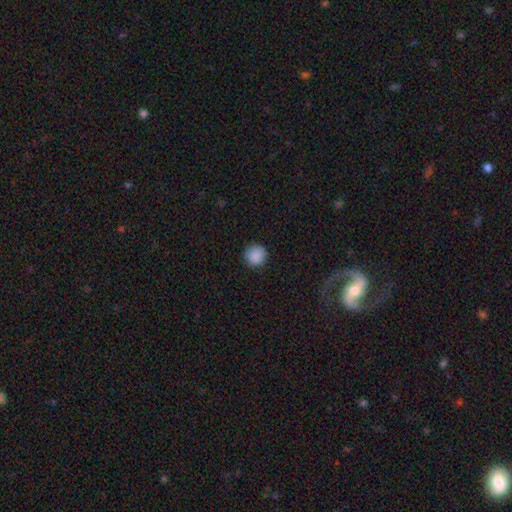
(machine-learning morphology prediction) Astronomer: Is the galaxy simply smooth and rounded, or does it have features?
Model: smooth — 89%.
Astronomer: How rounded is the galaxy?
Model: round — 93%.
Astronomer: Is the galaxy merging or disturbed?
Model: none — 88%.